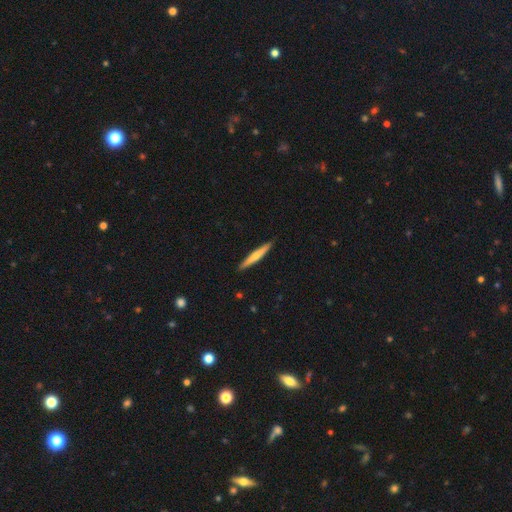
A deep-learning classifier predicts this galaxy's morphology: Smooth or featured?
  - smooth: 48% *
  - featured or disk: 47%
  - star or artifact: 5%
Merging?
  - none: 91% *
  - minor disturbance: 6%
  - major disturbance: 1%
  - merger: 1%